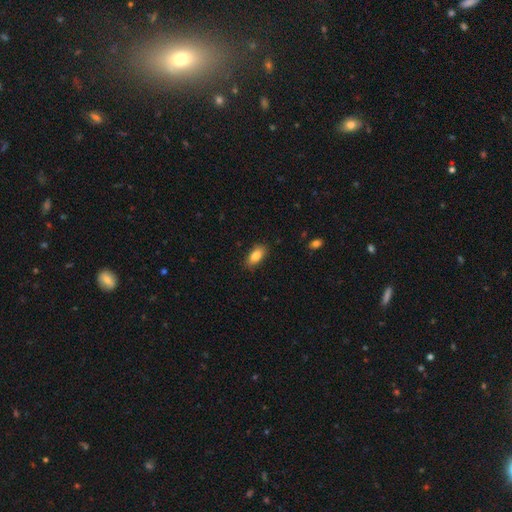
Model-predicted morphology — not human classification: Overall: smooth (84%). How rounded: in between (88%). Merging: none (86%).